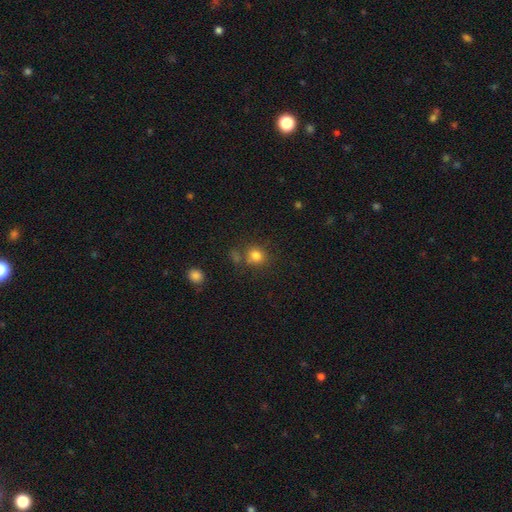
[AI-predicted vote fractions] Overall: smooth (81%). How rounded: round (78%). Merging: none (70%).